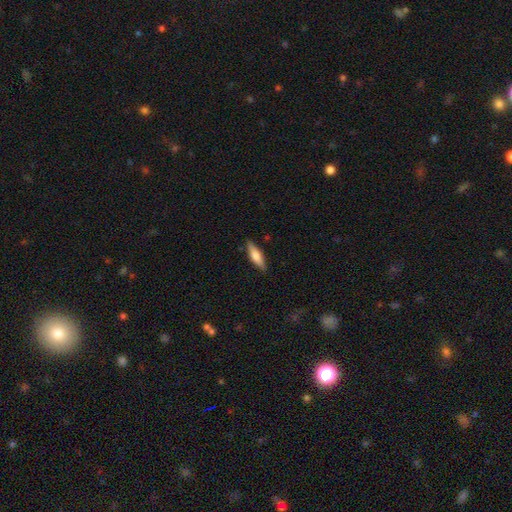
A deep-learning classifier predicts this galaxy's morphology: type=smooth (62%); roundness=cigar-shaped (59%); merging=none (86%).